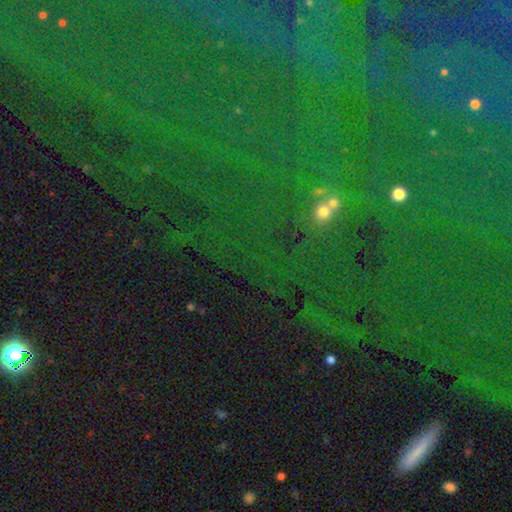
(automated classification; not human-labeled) star or artifact 79%, smooth 11%, featured or disk 10%.